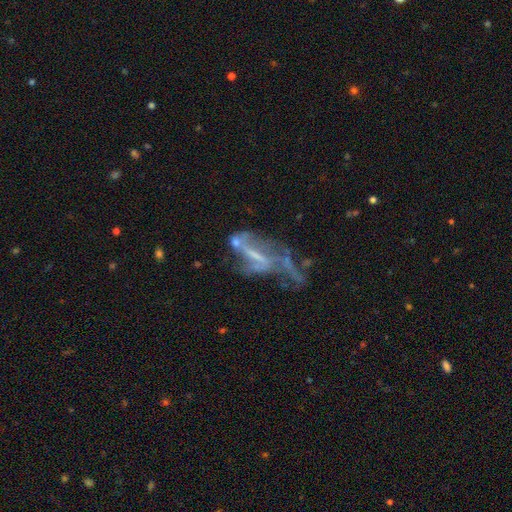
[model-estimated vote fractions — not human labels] Q: Smooth or featured?
A: featured or disk (73%); runner-up: star or artifact (14%)
Q: Edge-on disk?
A: no (89%); runner-up: yes (11%)
Q: Bar?
A: weak (35%); runner-up: strong (33%)
Q: Spiral arms?
A: yes (60%); runner-up: no (40%)
Q: Bulge size?
A: none (43%); runner-up: small (36%)
Q: Merging?
A: major disturbance (39%); runner-up: none (25%)